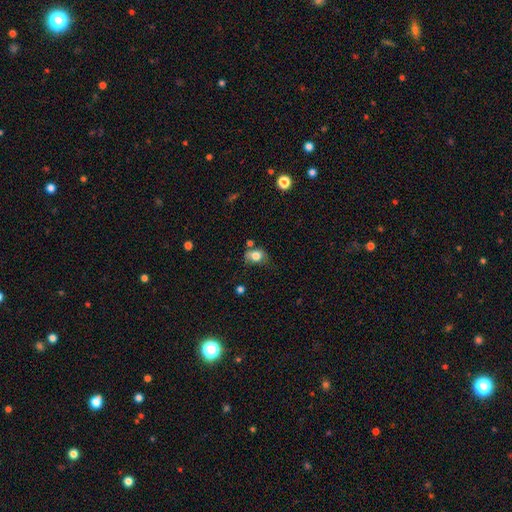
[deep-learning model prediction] A smooth galaxy with no disk features (76%) that is in between round and cigar-shaped (53%).

Vote fractions:
- Smooth or featured? smooth: 76% / featured or disk: 15% / star or artifact: 10%
- How rounded? in between: 53% / round: 46% / cigar-shaped: 1%
- Merging? none: 41% / minor disturbance: 33% / major disturbance: 15% / merger: 10%